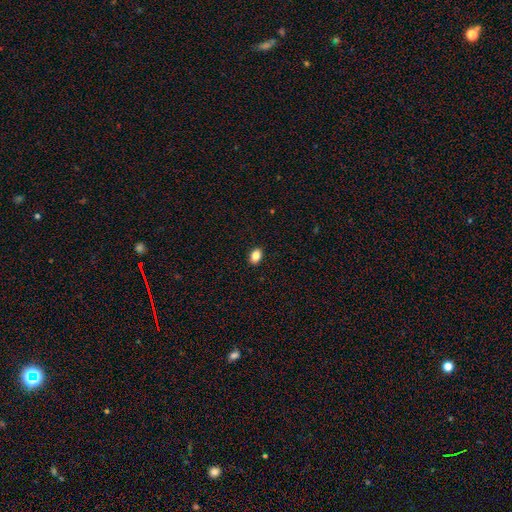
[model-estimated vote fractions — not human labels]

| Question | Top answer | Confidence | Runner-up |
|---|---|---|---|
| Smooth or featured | smooth | 85% | star or artifact (10%) |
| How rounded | in between | 76% | round (23%) |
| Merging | none | 90% | minor disturbance (7%) |